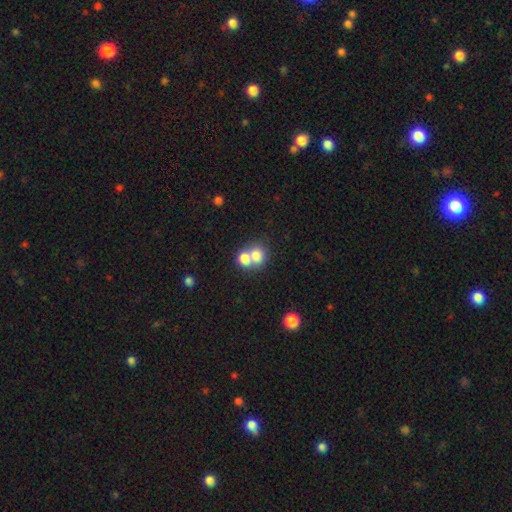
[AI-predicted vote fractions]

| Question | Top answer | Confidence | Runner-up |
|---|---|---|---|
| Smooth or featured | smooth | 75% | featured or disk (14%) |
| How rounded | round | 69% | in between (30%) |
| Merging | merger | 62% | none (29%) |